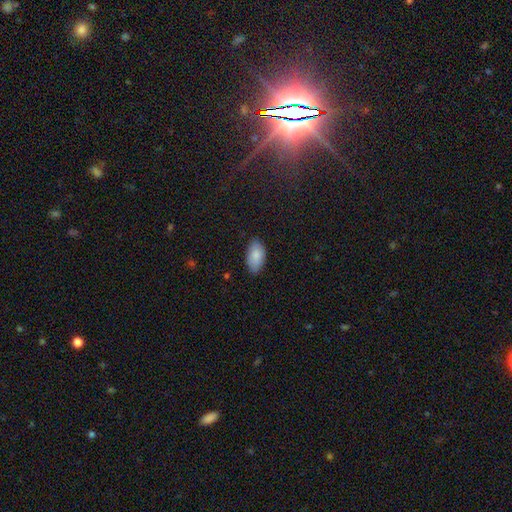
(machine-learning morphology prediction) This is clearly a smooth galaxy (86%). How rounded: clearly in between (95%). Merging: clearly none (81%).